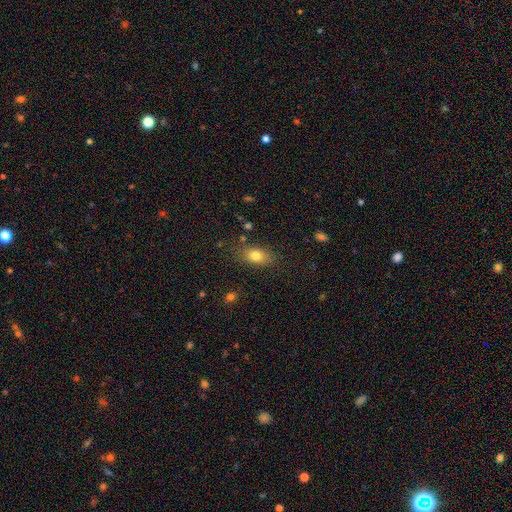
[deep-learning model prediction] smooth_or_featured: smooth (p=0.79) [alt: featured or disk p=0.11]
how_rounded: in between (p=0.82) [alt: round p=0.13]
merging: none (p=0.80) [alt: minor disturbance p=0.13]